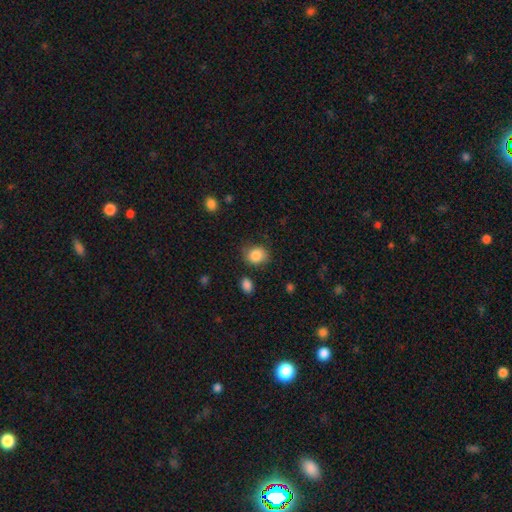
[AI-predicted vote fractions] Overall: smooth (85%). How rounded: round (62%; in between 37%). Merging: none (75%).